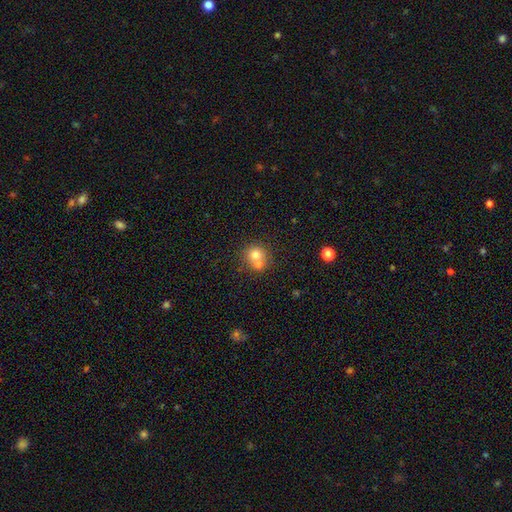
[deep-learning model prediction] This appears to be a smooth galaxy with no disk features (72%) that is round (86%). Merging: merger (48%).